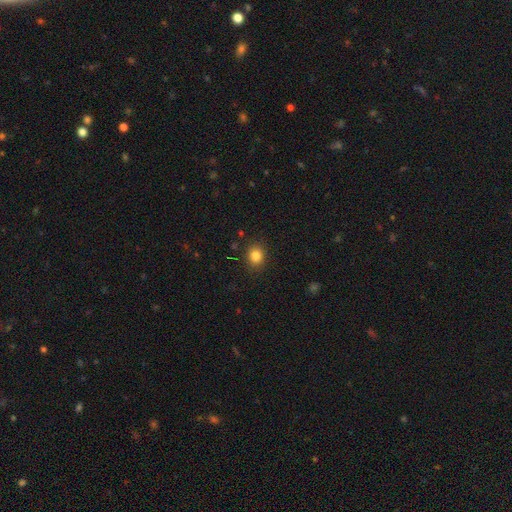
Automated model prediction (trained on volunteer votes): This appears to be a smooth galaxy with no disk features (84%) that is round (65%). Merging: none (87%).